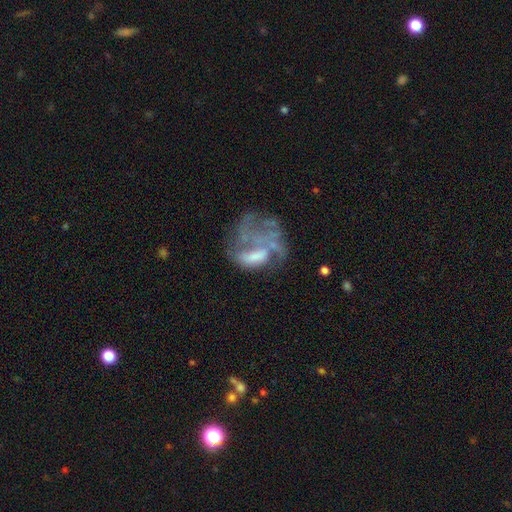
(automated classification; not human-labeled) Q: Smooth or featured?
A: featured or disk (60%); runner-up: smooth (27%)
Q: Edge-on disk?
A: no (97%); runner-up: yes (3%)
Q: Bar?
A: no (72%); runner-up: weak (21%)
Q: Spiral arms?
A: no (70%); runner-up: yes (30%)
Q: Bulge size?
A: none (51%); runner-up: moderate (23%)
Q: Merging?
A: major disturbance (46%); runner-up: none (27%)